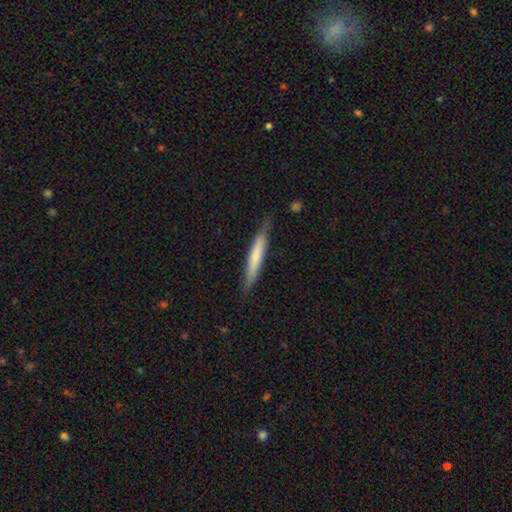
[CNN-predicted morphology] smooth-or-featured: smooth: 65% | featured or disk: 30% | star or artifact: 5%
  how-rounded: cigar-shaped: 95% | in between: 4% | round: 1%
  merging: none: 81% | minor disturbance: 15% | major disturbance: 2% | merger: 1%